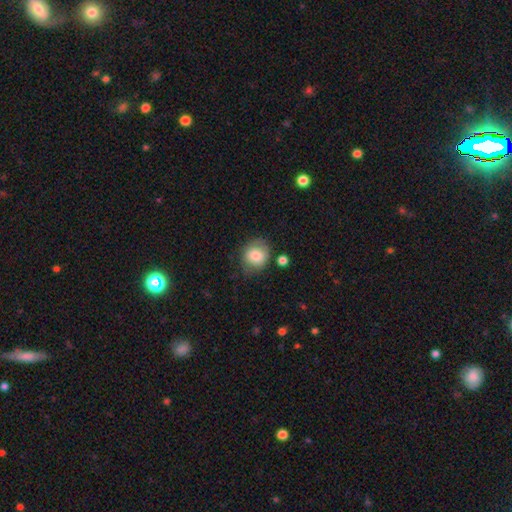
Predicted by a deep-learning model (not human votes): smooth 79%, featured or disk 12%, star or artifact 8%. Down the decision tree: how rounded — round (71%); merging — none (67%).